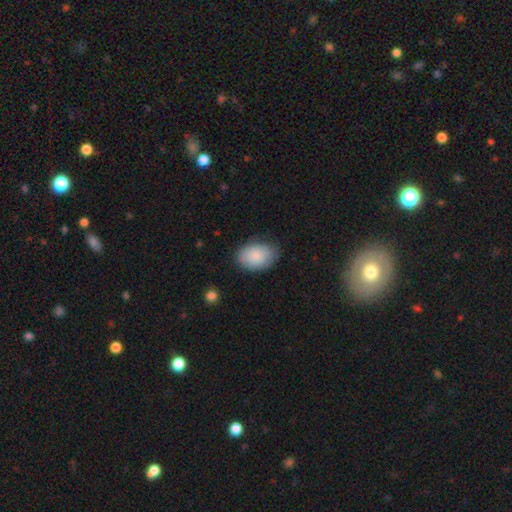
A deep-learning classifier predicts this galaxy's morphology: Overall: smooth (86%). How rounded: in between (84%). Merging: none (79%).